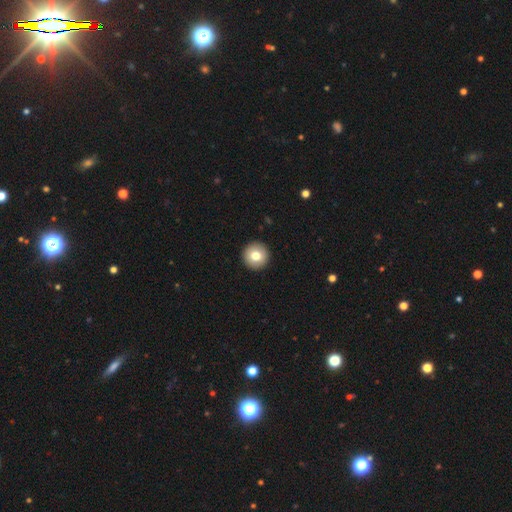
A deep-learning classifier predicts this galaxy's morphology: smooth 78%, featured or disk 14%, star or artifact 8%. Down the decision tree: how rounded — round (97%); merging — none (94%).